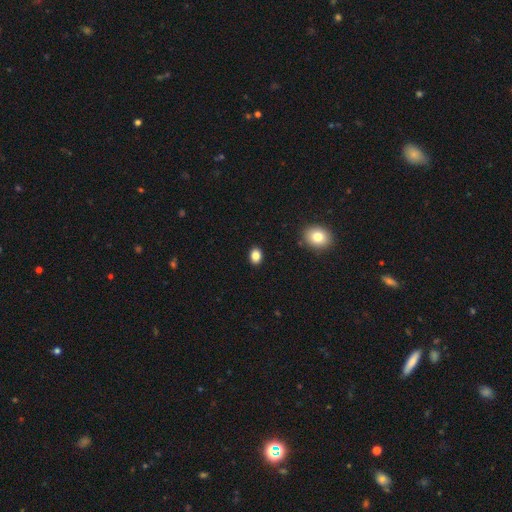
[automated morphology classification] smooth_or_featured: smooth (p=0.85) [alt: star or artifact p=0.10]
how_rounded: in between (p=0.67) [alt: round p=0.32]
merging: none (p=0.90) [alt: minor disturbance p=0.07]